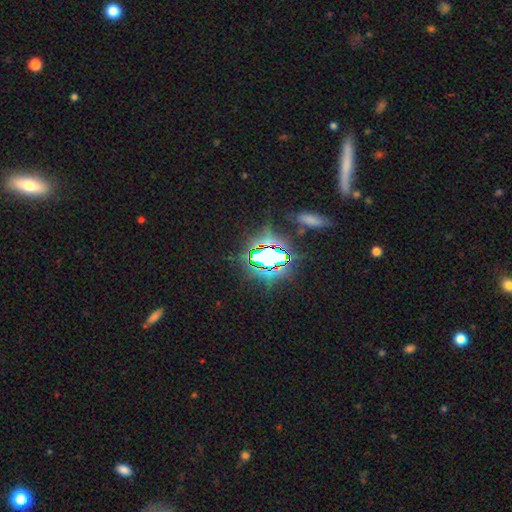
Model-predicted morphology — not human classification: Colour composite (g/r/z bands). It shows a star or artifact, not a galaxy (73%).